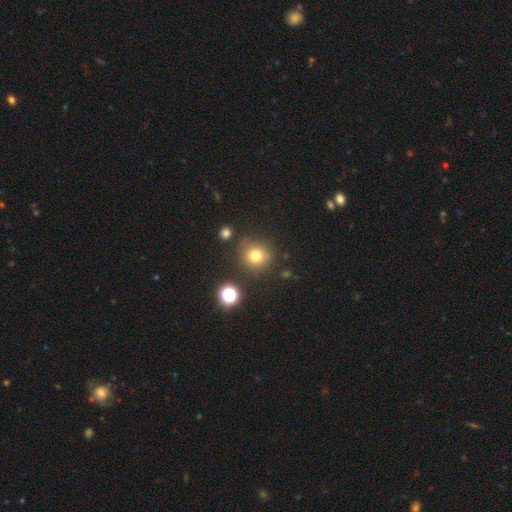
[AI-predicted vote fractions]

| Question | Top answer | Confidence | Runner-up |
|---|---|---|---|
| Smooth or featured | smooth | 75% | star or artifact (16%) |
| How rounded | round | 90% | in between (9%) |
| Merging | none | 81% | minor disturbance (11%) |